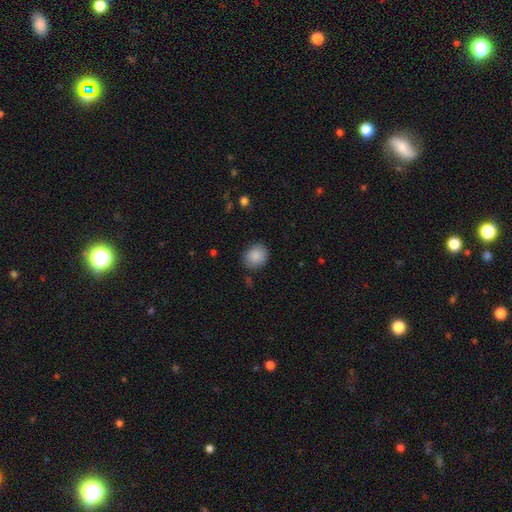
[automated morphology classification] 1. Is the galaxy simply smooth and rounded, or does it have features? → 88% smooth, 7% star or artifact, 4% featured or disk.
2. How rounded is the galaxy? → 59% round, 40% in between, 1% cigar-shaped.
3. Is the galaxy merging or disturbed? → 83% none, 12% minor disturbance, 3% major disturbance, 2% merger.